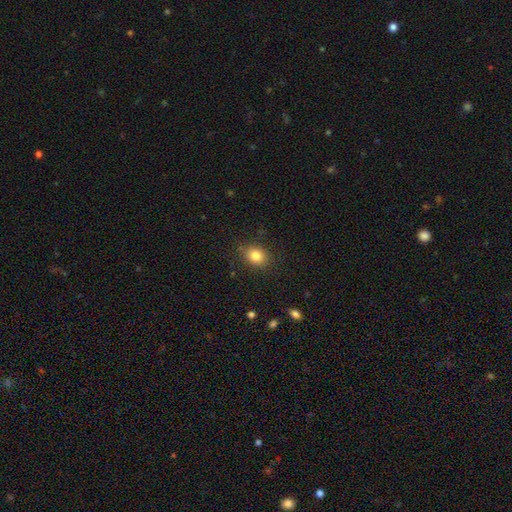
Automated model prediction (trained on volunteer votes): Overall: smooth (84%). How rounded: round (50%; in between 49%). Merging: none (82%).